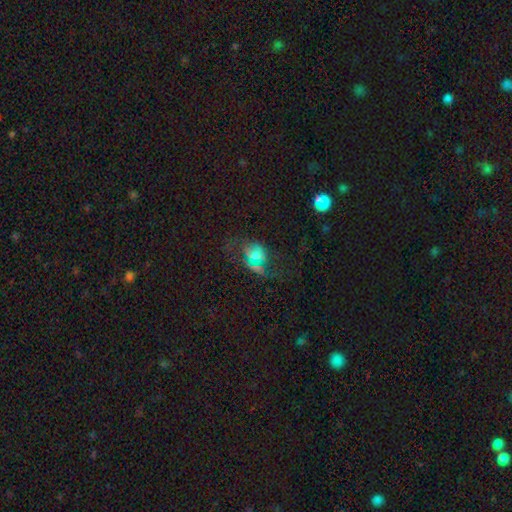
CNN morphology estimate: Smooth or featured? Predicted: smooth (p=0.42). Merging? Predicted: none (p=0.49).